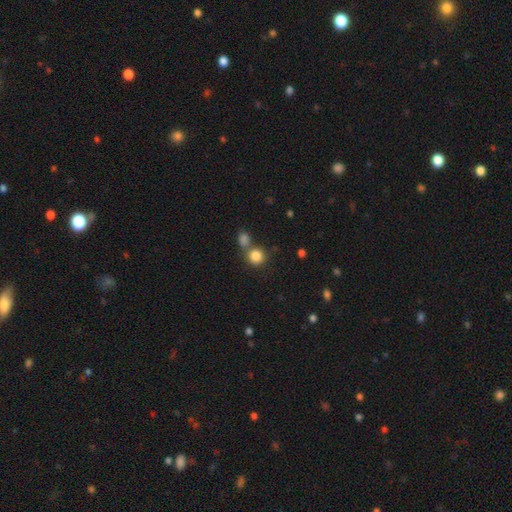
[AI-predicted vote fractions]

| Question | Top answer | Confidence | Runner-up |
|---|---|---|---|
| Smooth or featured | smooth | 84% | star or artifact (10%) |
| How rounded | round | 88% | in between (11%) |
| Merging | none | 55% | merger (33%) |